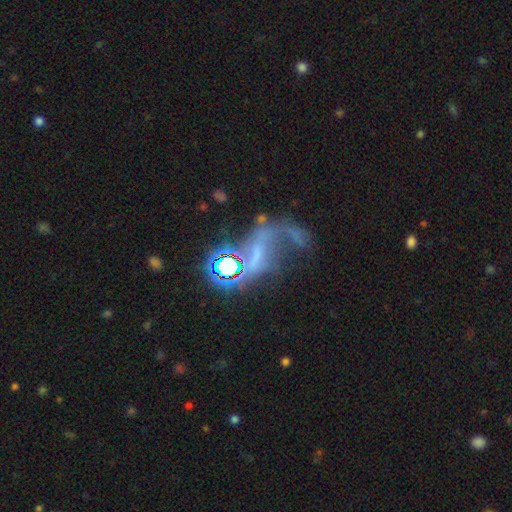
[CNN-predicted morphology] A featured or disk galaxy (48%).

Vote fractions:
- Smooth or featured? featured or disk: 48% / star or artifact: 33% / smooth: 20%
- Merging? major disturbance: 41% / none: 28% / merger: 16% / minor disturbance: 15%